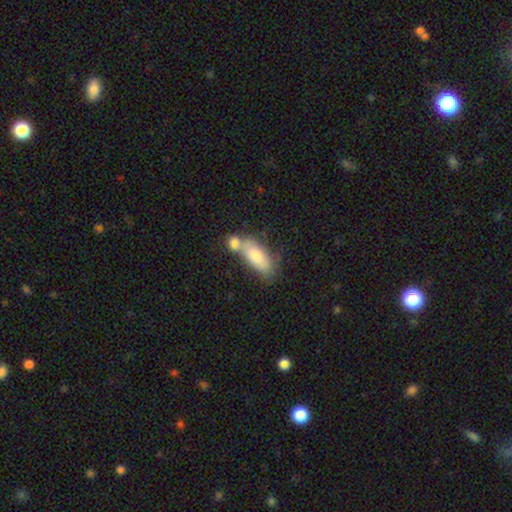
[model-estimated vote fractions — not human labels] Morphology: type=smooth (75%); roundness=in between (77%); merging=merger (46%).